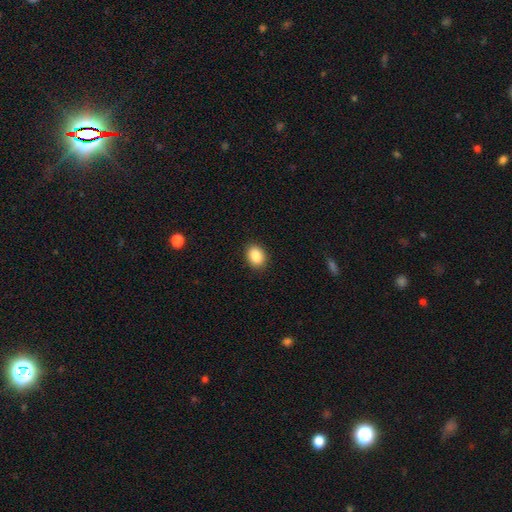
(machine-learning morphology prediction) Smooth or featured: smooth — 88% (star or artifact — 8%)
How rounded: in between — 68% (round — 31%)
Merging: none — 89% (minor disturbance — 8%)